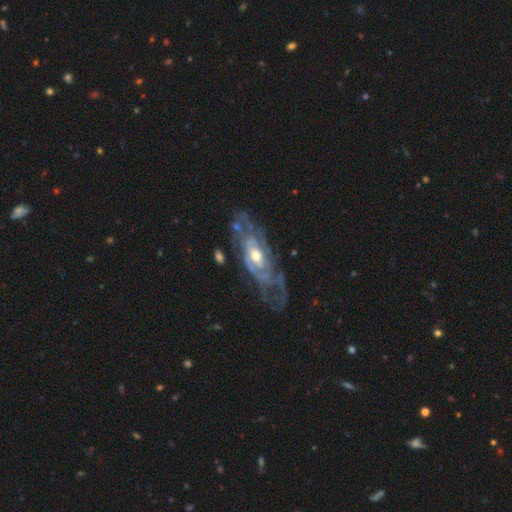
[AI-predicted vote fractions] Smooth or featured?
  - featured or disk: 87% *
  - smooth: 8%
  - star or artifact: 5%
Edge-on disk?
  - no: 91% *
  - yes: 9%
Bar?
  - no: 56% *
  - weak: 33%
  - strong: 11%
Spiral arms?
  - yes: 88% *
  - no: 12%
Spiral winding?
  - tight: 55% *
  - medium: 33%
  - loose: 12%
Spiral arm count?
  - can't tell: 44% *
  - 2: 28%
  - 3: 12%
  - 4: 6%
  - 1: 5%
  - more than 4: 4%
Bulge size?
  - moderate: 68% *
  - small: 23%
  - large: 7%
  - none: 1%
  - dominant: 1%
Merging?
  - none: 53% *
  - major disturbance: 22%
  - minor disturbance: 22%
  - merger: 3%